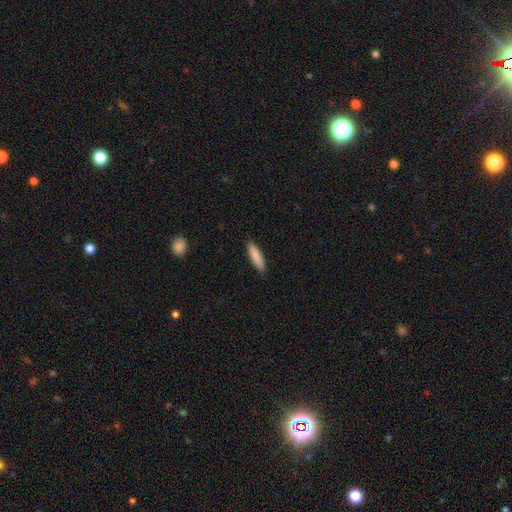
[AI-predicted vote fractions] This is clearly a smooth galaxy (87%). How rounded: likely cigar-shaped (72%). Merging: clearly none (89%).